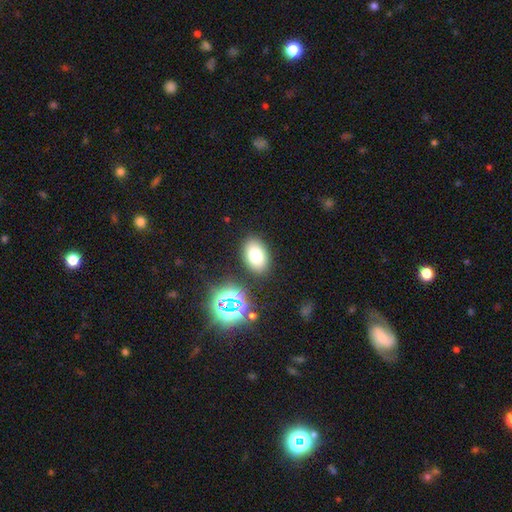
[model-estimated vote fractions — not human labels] Smooth or featured? Predicted: smooth (p=0.74). How rounded? Predicted: in between (p=0.88). Merging? Predicted: none (p=0.86).